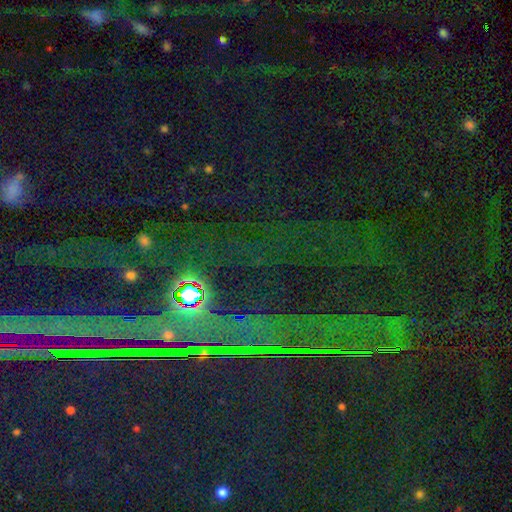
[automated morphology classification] smooth_or_featured: star or artifact (p=0.86) [alt: featured or disk p=0.07]